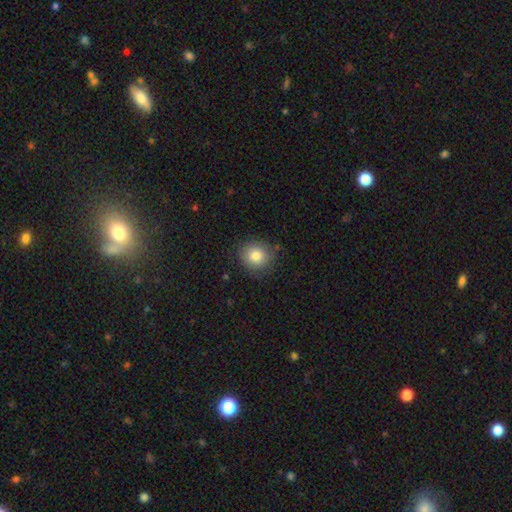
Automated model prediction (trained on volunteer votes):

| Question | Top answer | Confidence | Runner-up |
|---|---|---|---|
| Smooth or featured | smooth | 81% | star or artifact (10%) |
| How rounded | round | 83% | in between (16%) |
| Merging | none | 83% | minor disturbance (12%) |